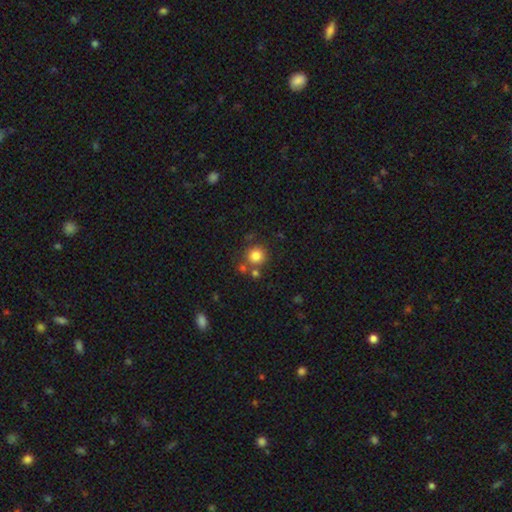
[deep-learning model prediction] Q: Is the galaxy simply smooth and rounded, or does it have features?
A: smooth — 81%.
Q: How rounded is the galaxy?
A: round — 92%.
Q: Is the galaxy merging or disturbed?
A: none — 74%.